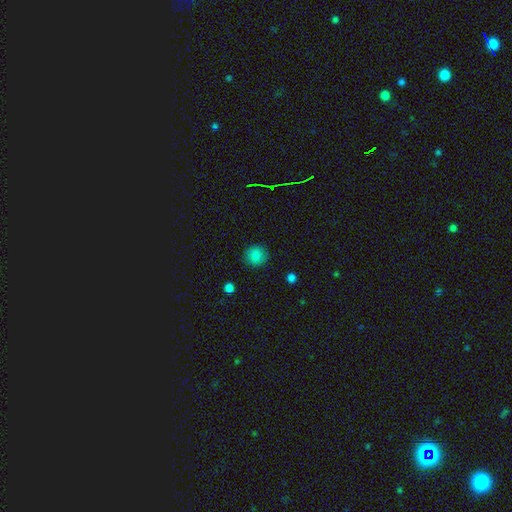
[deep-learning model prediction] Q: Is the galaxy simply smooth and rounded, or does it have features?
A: smooth — 84%.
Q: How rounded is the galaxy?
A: round — 91%.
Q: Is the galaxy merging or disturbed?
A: none — 90%.